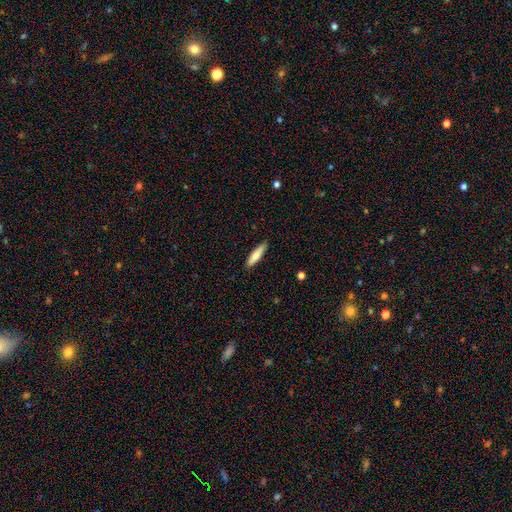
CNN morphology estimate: This appears to be a smooth galaxy with no disk features (73%) that is cigar-shaped (75%). Merging: none (89%).